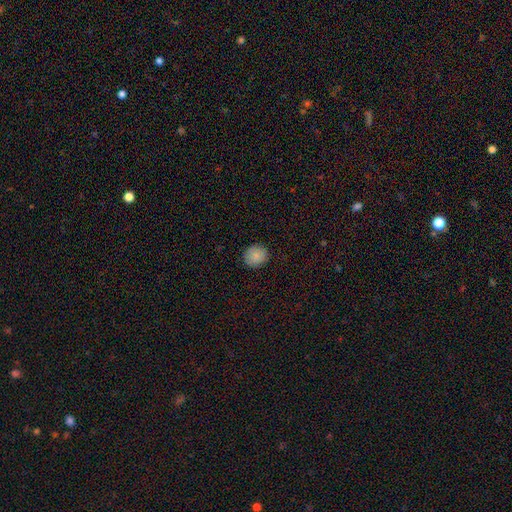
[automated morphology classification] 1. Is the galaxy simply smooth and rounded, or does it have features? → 86% smooth, 9% star or artifact, 5% featured or disk.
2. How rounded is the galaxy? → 82% round, 17% in between, 1% cigar-shaped.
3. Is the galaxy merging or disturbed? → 89% none, 8% minor disturbance, 2% major disturbance, 1% merger.